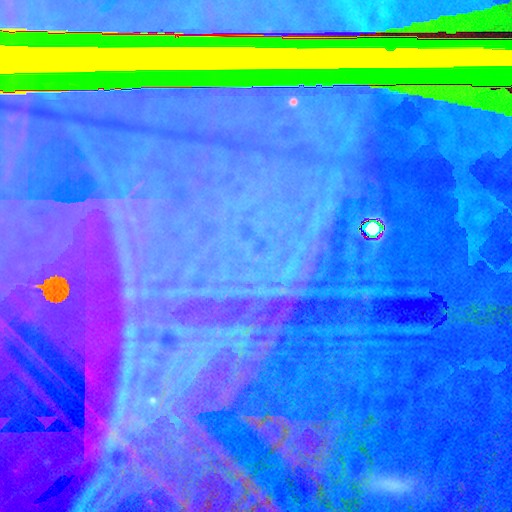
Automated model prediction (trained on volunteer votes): Smooth or featured? star or artifact (87%)